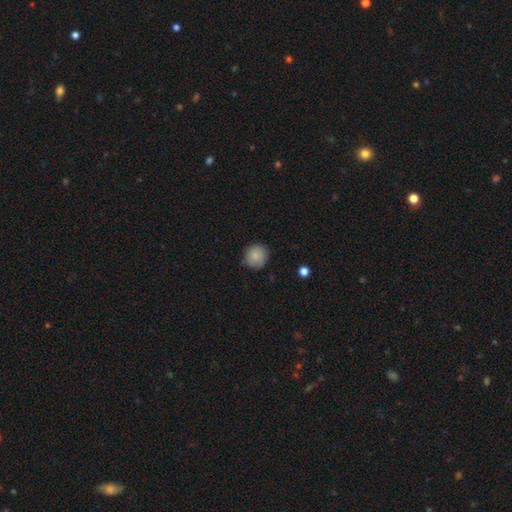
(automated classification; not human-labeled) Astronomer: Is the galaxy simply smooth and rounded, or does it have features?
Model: smooth — 84%.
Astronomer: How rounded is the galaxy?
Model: round — 92%.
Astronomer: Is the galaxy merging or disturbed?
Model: none — 82%.